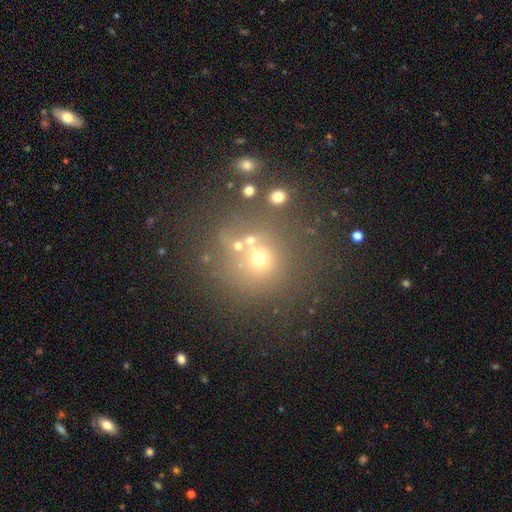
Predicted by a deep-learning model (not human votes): smooth_or_featured: smooth (p=0.50) [alt: star or artifact p=0.34]
merging: none (p=0.62) [alt: merger p=0.21]